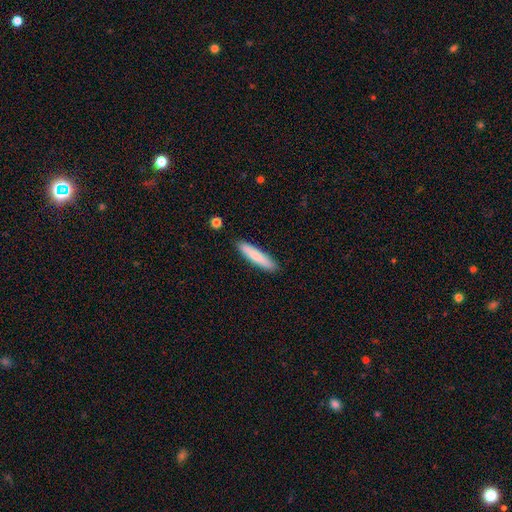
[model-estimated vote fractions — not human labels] Smooth or featured?
  - smooth: 80% *
  - featured or disk: 15%
  - star or artifact: 5%
How rounded?
  - cigar-shaped: 87% *
  - in between: 12%
  - round: 1%
Merging?
  - none: 89% *
  - minor disturbance: 8%
  - major disturbance: 2%
  - merger: 2%